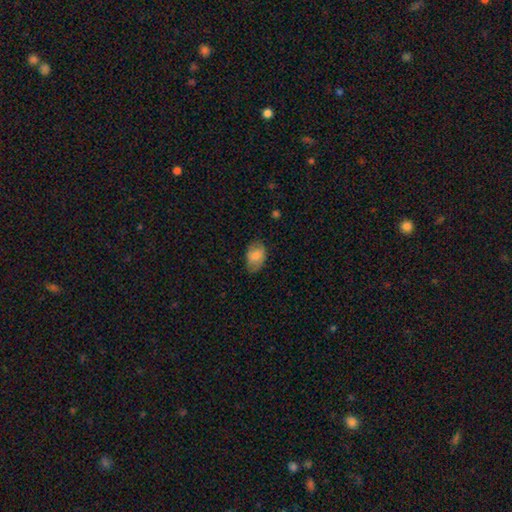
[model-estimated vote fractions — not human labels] A smooth galaxy with no disk features (76%) that is in between round and cigar-shaped (86%).

Vote fractions:
- Smooth or featured? smooth: 76% / featured or disk: 17% / star or artifact: 7%
- How rounded? in between: 86% / round: 13% / cigar-shaped: 1%
- Merging? none: 70% / minor disturbance: 23% / major disturbance: 6% / merger: 1%